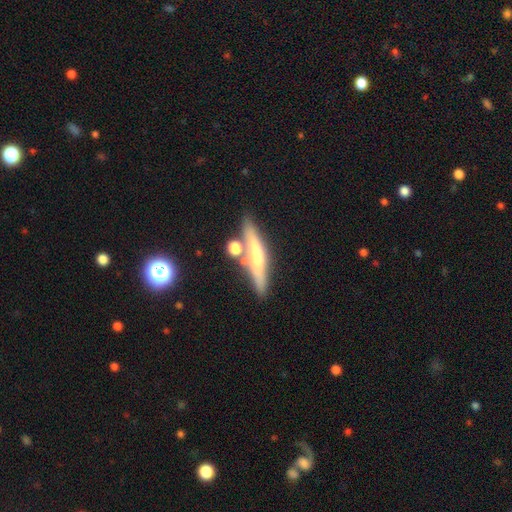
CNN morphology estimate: smooth_or_featured: smooth (p=0.47) [alt: featured or disk p=0.43]
merging: none (p=0.68) [alt: merger p=0.16]